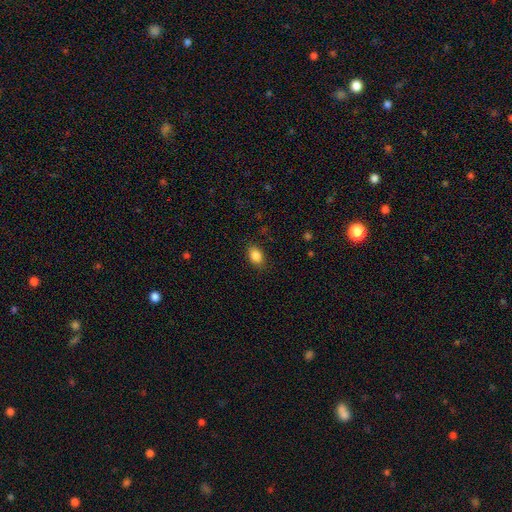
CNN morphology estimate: Smooth or featured? Predicted: smooth (p=0.86). How rounded? Predicted: in between (p=0.78). Merging? Predicted: none (p=0.85).